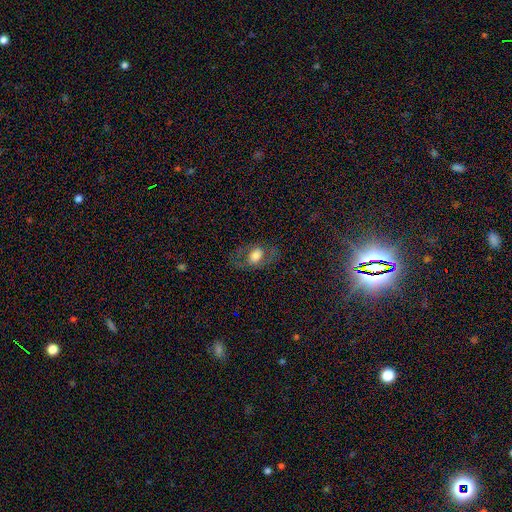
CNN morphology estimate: smooth 55%, featured or disk 34%, star or artifact 10%. Down the decision tree: how rounded — in between (76%); merging — none (69%).